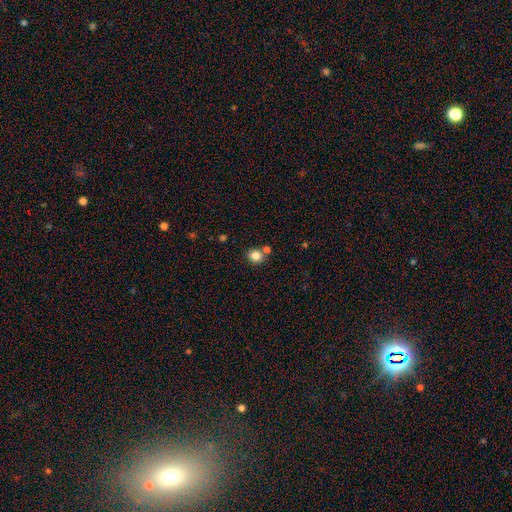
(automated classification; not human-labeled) Smooth or featured? Predicted: smooth (p=0.83). How rounded? Predicted: round (p=0.70). Merging? Predicted: none (p=0.67).